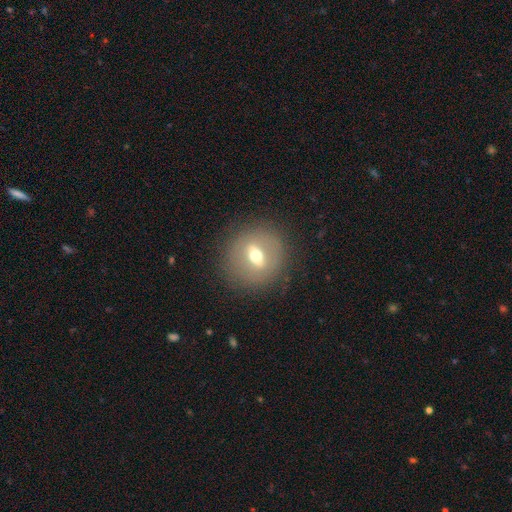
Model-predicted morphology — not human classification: smooth-or-featured: featured or disk: 44% | smooth: 43% | star or artifact: 13%
  merging: none: 87% | minor disturbance: 8% | major disturbance: 4% | merger: 1%